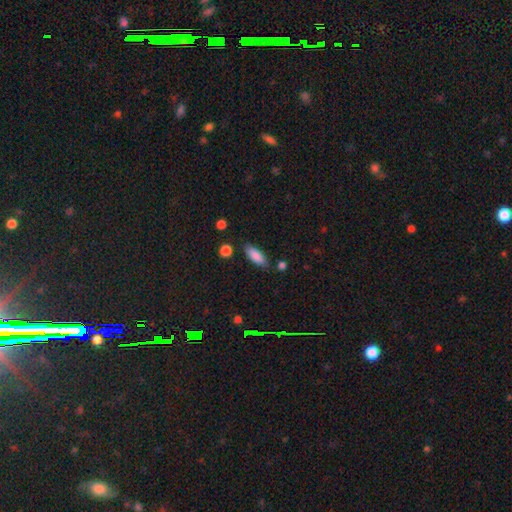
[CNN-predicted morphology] smooth 86%, featured or disk 7%, star or artifact 7%. Down the decision tree: how rounded — in between (71%); merging — none (81%).